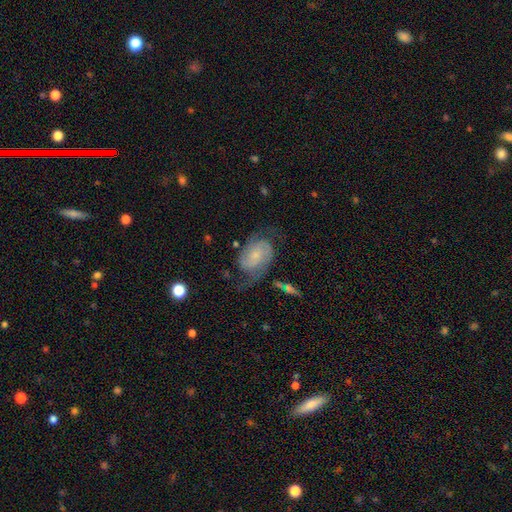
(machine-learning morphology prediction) Smooth or featured? Predicted: featured or disk (p=0.78). Edge-on disk? Predicted: no (p=0.97). Bar? Predicted: no (p=0.60). Spiral arms? Predicted: yes (p=0.95). Spiral winding? Predicted: medium (p=0.45). Spiral arm count? Predicted: 2 (p=0.84). Bulge size? Predicted: small (p=0.61). Merging? Predicted: none (p=0.58).